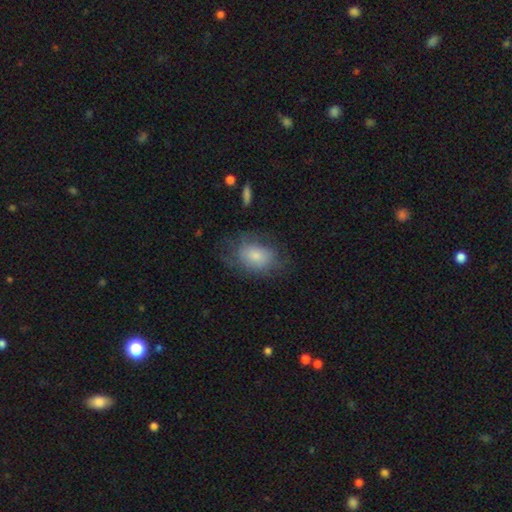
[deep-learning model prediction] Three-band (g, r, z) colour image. It shows a smooth galaxy with no disk features (72%) that is in between round and cigar-shaped (79%). Merging: none (55%).